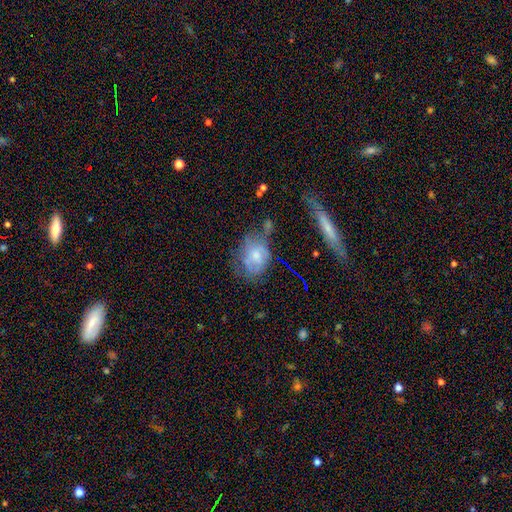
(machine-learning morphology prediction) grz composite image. It shows a smooth galaxy with no disk features (50%) that is in between round and cigar-shaped (64%). Merging: none (38%).